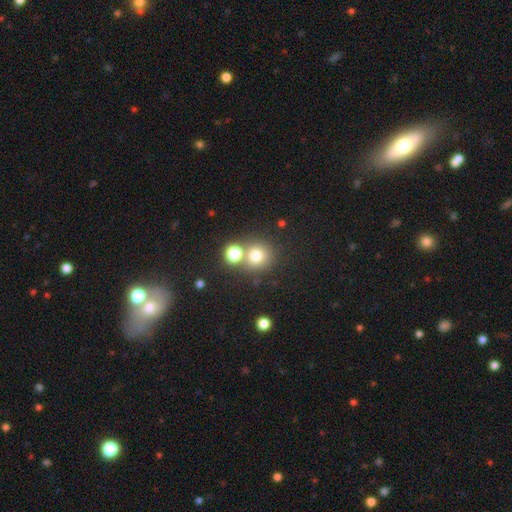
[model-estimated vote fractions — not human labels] smooth 75%, star or artifact 16%, featured or disk 9%. Down the decision tree: how rounded — round (89%); merging — none (63%).